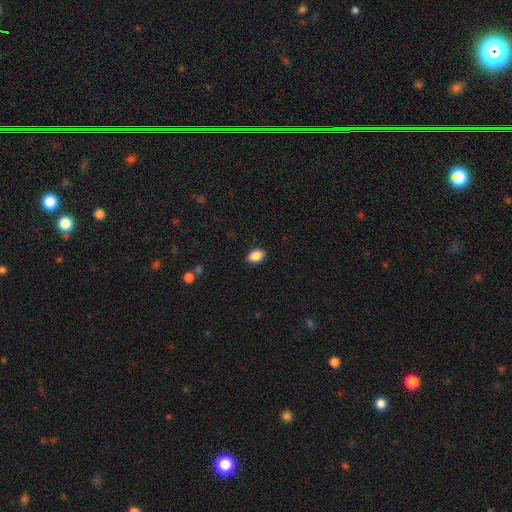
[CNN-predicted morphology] Smooth or featured?
  - smooth: 89% *
  - star or artifact: 8%
  - featured or disk: 4%
How rounded?
  - in between: 82% *
  - round: 17%
  - cigar-shaped: 1%
Merging?
  - none: 89% *
  - minor disturbance: 8%
  - major disturbance: 2%
  - merger: 1%